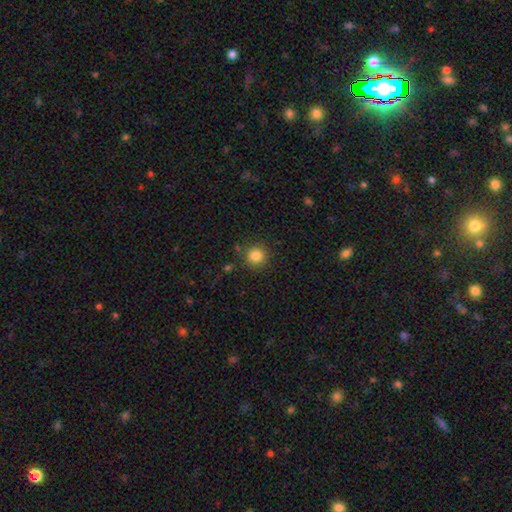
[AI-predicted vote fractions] Smooth or featured? smooth (83%)
How rounded? round (93%)
Merging? none (85%)